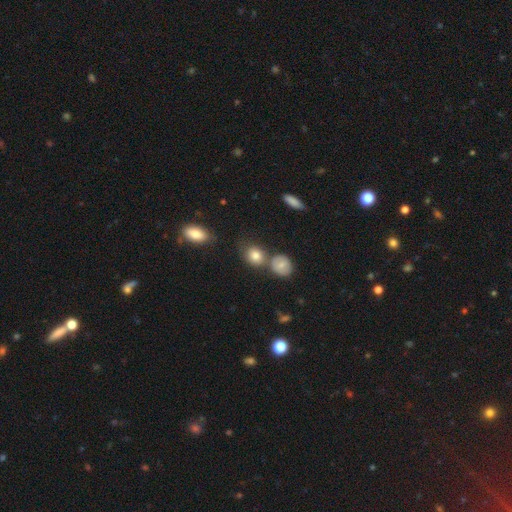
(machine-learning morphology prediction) A smooth galaxy with no disk features (81%) that is round (63%). Merging: none (58%).